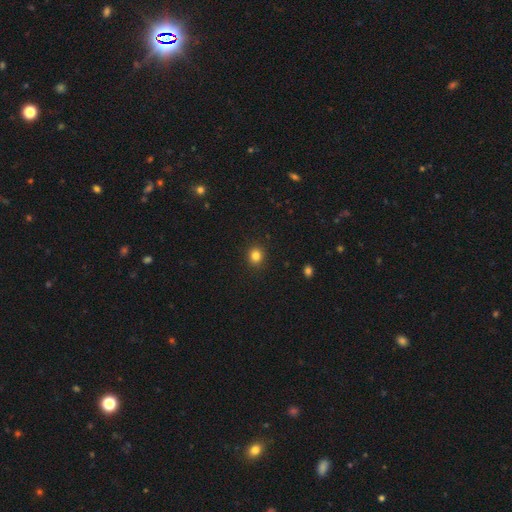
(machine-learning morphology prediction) A smooth galaxy with no disk features (84%) that is round (84%). Merging: none (91%).